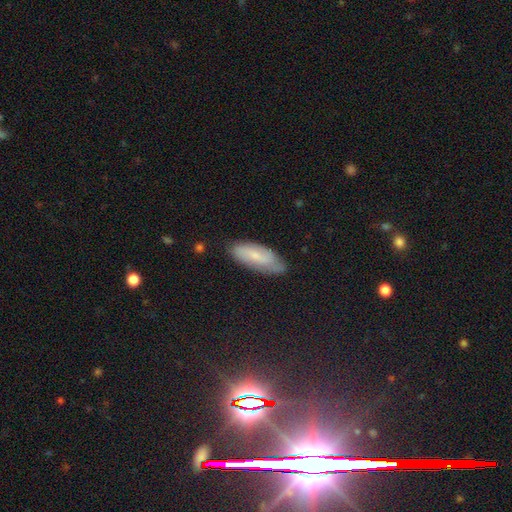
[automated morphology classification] Overall: smooth (56%; featured or disk 36%). How rounded: in between (72%). Merging: none (71%).